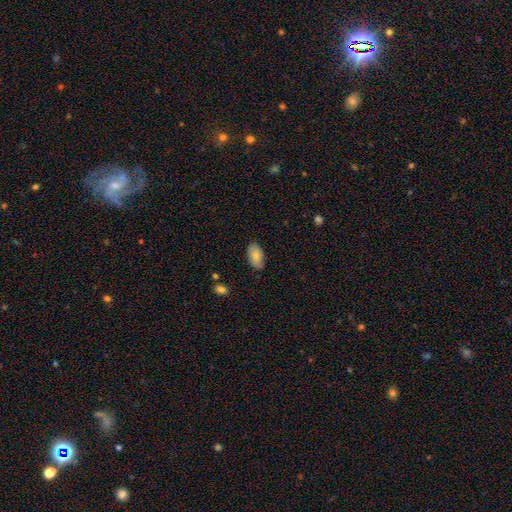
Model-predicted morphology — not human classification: smooth_or_featured: smooth (p=0.75) [alt: featured or disk p=0.18]
how_rounded: in between (p=0.93) [alt: round p=0.05]
merging: none (p=0.80) [alt: minor disturbance p=0.16]